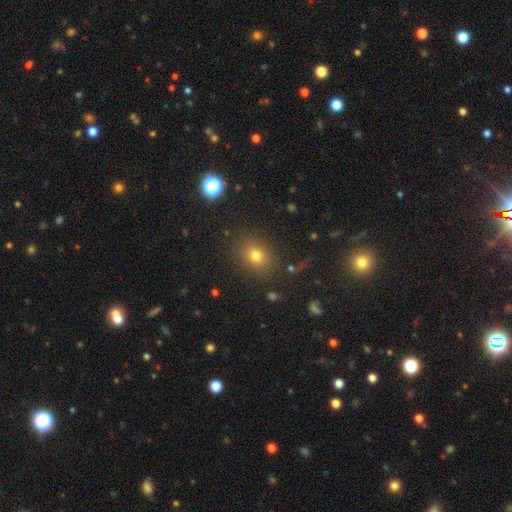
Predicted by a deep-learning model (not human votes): This is likely a smooth galaxy (73%). How rounded: likely round (62%). Merging: clearly none (84%).